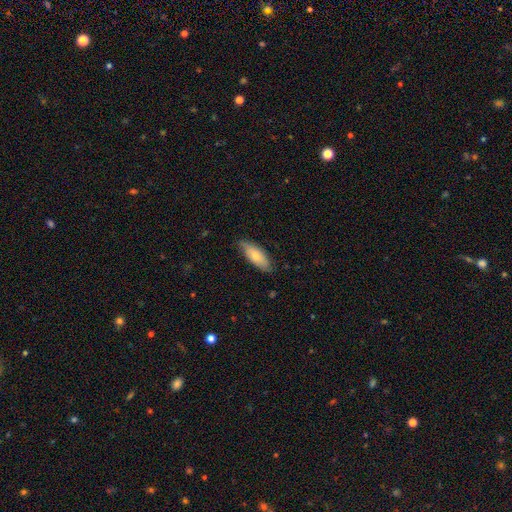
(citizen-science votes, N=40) smooth 80%, featured or disk 12%, star or artifact 8%. Down the decision tree: how rounded — in between (62%); merging — none (76%).